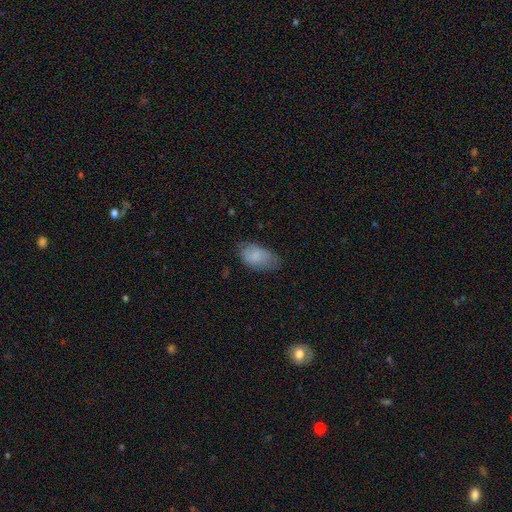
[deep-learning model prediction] Q: Smooth or featured?
A: smooth (81%); runner-up: featured or disk (12%)
Q: How rounded?
A: in between (94%); runner-up: round (4%)
Q: Merging?
A: none (60%); runner-up: minor disturbance (30%)